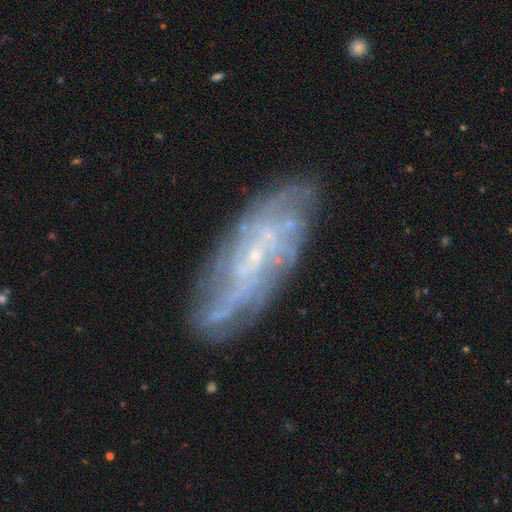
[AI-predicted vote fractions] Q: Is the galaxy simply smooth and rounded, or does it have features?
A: featured or disk — 81%.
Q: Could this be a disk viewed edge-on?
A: no — 87%.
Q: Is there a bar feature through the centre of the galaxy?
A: no — 58%.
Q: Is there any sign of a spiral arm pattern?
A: yes — 86%.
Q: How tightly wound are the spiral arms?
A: tight — 46%.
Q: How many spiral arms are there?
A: can't tell — 51%.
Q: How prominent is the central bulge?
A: small — 81%.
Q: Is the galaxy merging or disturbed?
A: none — 75%.